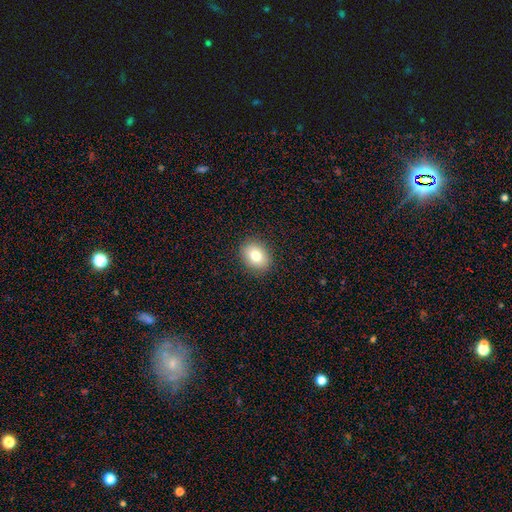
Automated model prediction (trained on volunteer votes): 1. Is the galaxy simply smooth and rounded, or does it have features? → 79% smooth, 11% featured or disk, 10% star or artifact.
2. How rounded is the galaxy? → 53% in between, 47% round, 1% cigar-shaped.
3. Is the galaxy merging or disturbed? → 89% none, 8% minor disturbance, 2% major disturbance, 1% merger.